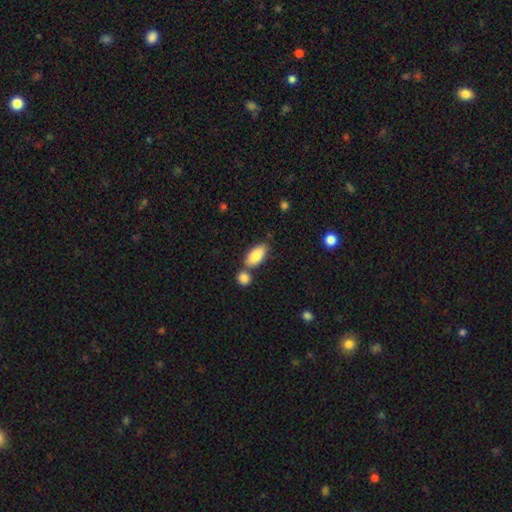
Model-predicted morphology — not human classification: This is clearly a smooth galaxy (84%). How rounded: clearly in between (91%). Merging: likely none (63%).